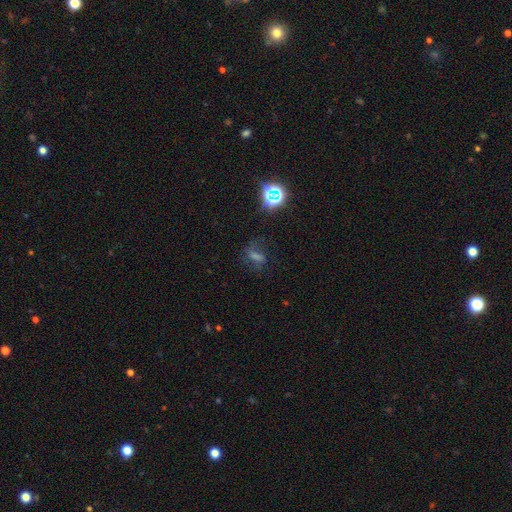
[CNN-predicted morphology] Q: Smooth or featured?
A: star or artifact (37%); runner-up: smooth (32%)